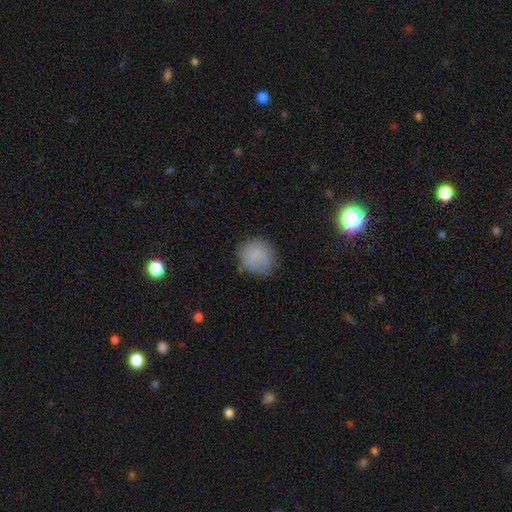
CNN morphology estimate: Smooth or featured? Predicted: smooth (p=0.80). How rounded? Predicted: round (p=0.80). Merging? Predicted: none (p=0.73).